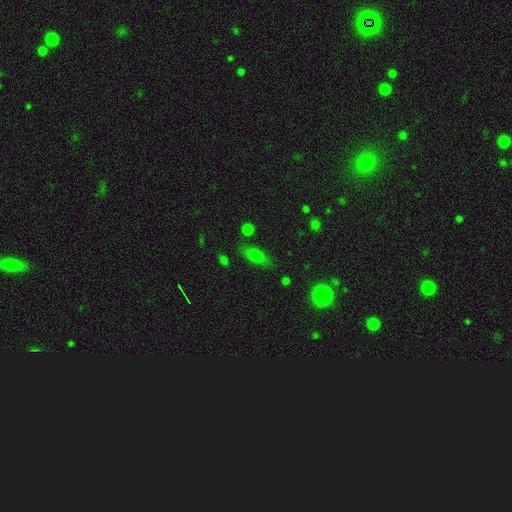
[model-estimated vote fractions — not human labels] smooth_or_featured: smooth (p=0.66) [alt: featured or disk p=0.20]
how_rounded: in between (p=0.68) [alt: cigar-shaped p=0.23]
merging: none (p=0.79) [alt: minor disturbance p=0.14]